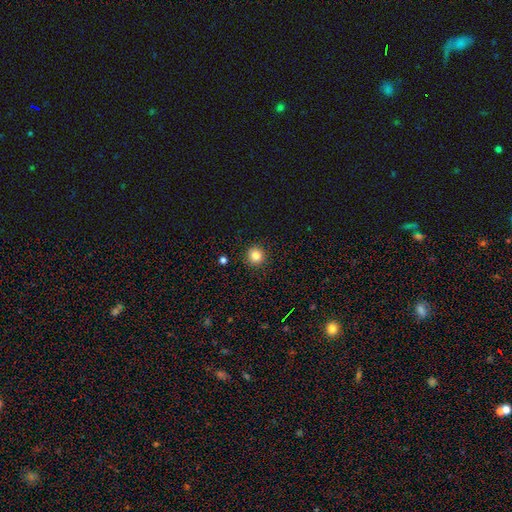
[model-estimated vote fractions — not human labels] Smooth or featured: smooth — 83% (star or artifact — 11%)
How rounded: round — 94% (in between — 5%)
Merging: none — 92% (minor disturbance — 5%)